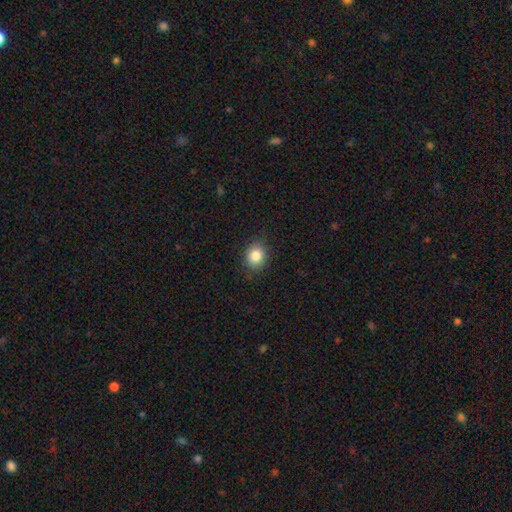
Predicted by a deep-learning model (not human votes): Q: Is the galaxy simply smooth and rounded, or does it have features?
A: smooth — 83%.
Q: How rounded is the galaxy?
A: round — 64%.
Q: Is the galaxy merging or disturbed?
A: none — 85%.